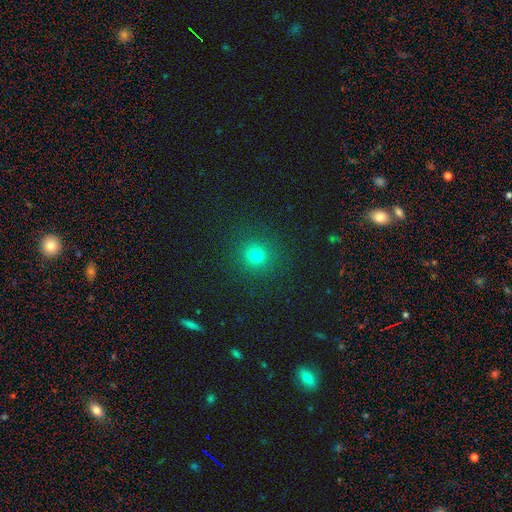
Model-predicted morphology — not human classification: Overall: smooth (74%). How rounded: round (88%). Merging: none (86%).